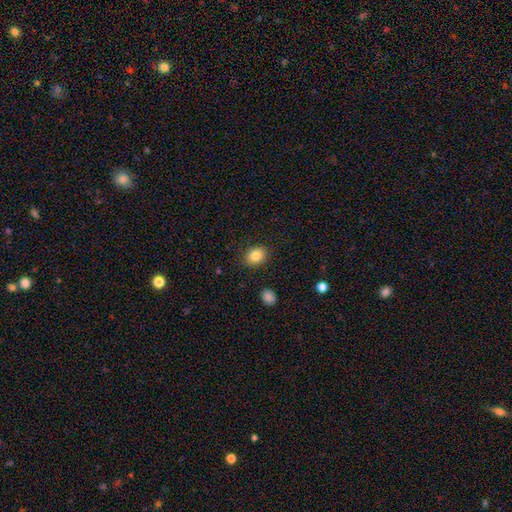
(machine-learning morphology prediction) Smooth or featured: smooth — 84% (star or artifact — 9%)
How rounded: in between — 54% (round — 45%)
Merging: none — 87% (minor disturbance — 9%)